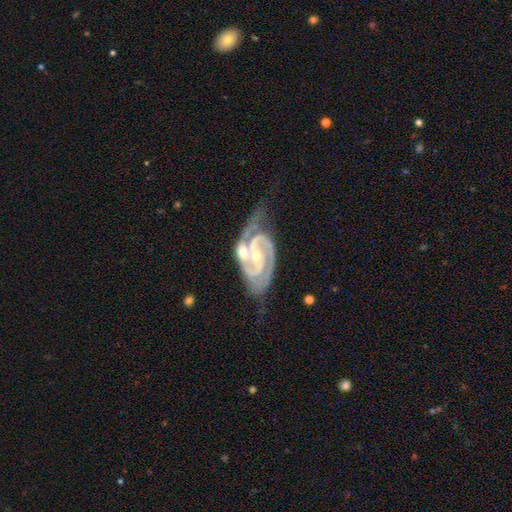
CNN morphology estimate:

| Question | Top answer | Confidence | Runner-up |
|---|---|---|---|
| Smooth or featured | featured or disk | 93% | star or artifact (4%) |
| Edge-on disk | no | 97% | yes (3%) |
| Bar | weak | 39% | no (35%) |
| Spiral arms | yes | 99% | no (1%) |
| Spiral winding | tight | 54% | medium (40%) |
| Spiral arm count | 2 | 84% | 3 (8%) |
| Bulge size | small | 63% | moderate (33%) |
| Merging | none | 48% | minor disturbance (24%) |